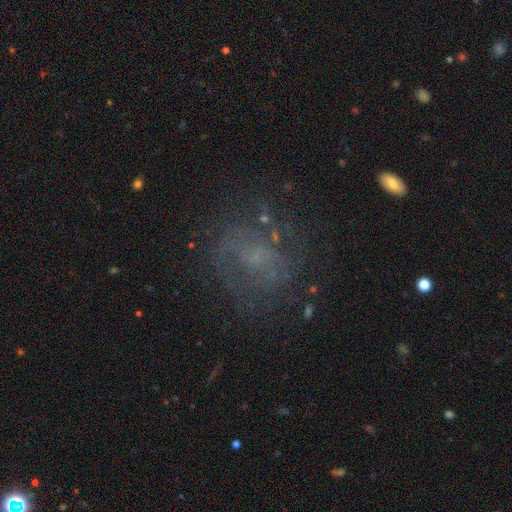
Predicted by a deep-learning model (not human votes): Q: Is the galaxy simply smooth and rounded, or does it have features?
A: featured or disk — 46%.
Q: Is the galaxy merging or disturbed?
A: none — 66%.